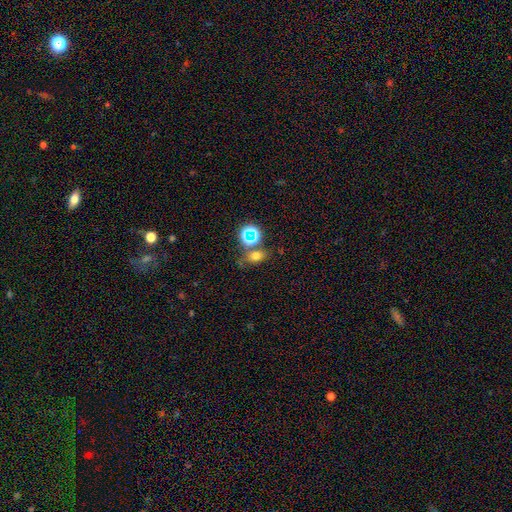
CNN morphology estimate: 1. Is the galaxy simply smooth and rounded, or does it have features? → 63% smooth, 25% star or artifact, 12% featured or disk.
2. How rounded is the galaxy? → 60% in between, 38% round, 2% cigar-shaped.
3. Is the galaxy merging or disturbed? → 63% none, 17% merger, 14% minor disturbance, 6% major disturbance.